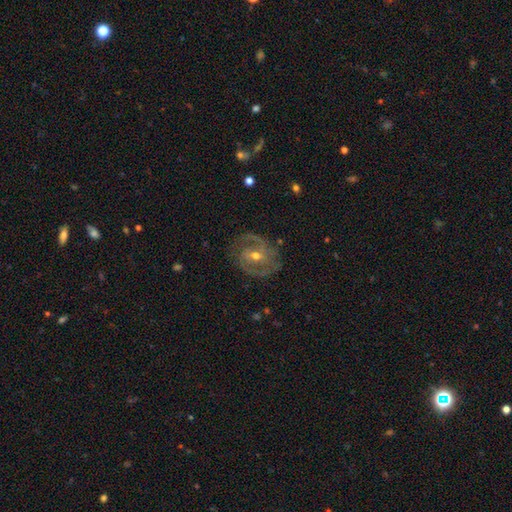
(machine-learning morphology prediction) Q: Smooth or featured?
A: featured or disk (87%); runner-up: smooth (8%)
Q: Edge-on disk?
A: no (97%); runner-up: yes (3%)
Q: Bar?
A: weak (45%); runner-up: no (31%)
Q: Spiral arms?
A: yes (93%); runner-up: no (7%)
Q: Spiral winding?
A: medium (46%); runner-up: tight (41%)
Q: Spiral arm count?
A: 2 (74%); runner-up: can't tell (10%)
Q: Bulge size?
A: moderate (58%); runner-up: small (38%)
Q: Merging?
A: none (75%); runner-up: minor disturbance (16%)